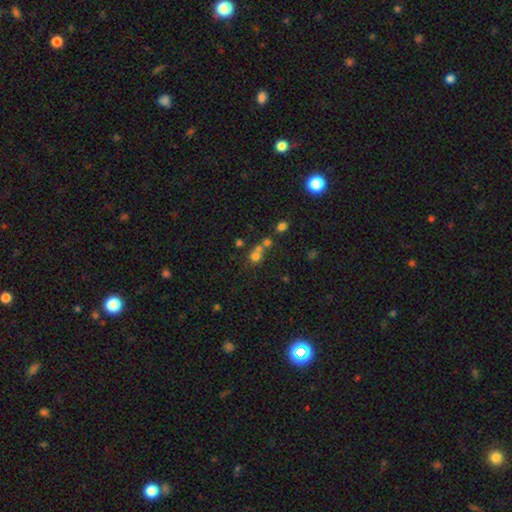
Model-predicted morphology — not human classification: type=smooth (66%); roundness=round (84%); merging=merger (48%).